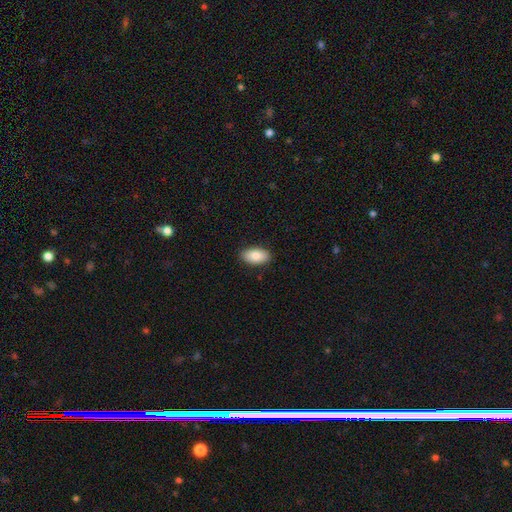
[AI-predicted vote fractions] A smooth galaxy with no disk features (85%) that is in between round and cigar-shaped (94%). Merging: none (89%).